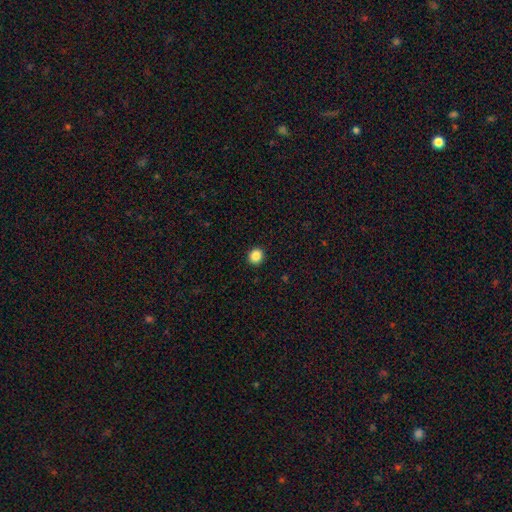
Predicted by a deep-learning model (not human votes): This appears to be a smooth galaxy with no disk features (87%) that is round (86%). Merging: none (92%).